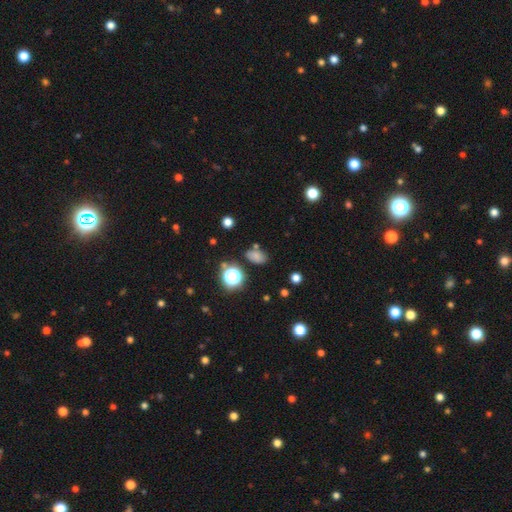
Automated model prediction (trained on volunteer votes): Smooth or featured: smooth — 71% (star or artifact — 21%)
How rounded: in between — 80% (round — 18%)
Merging: none — 72% (minor disturbance — 15%)